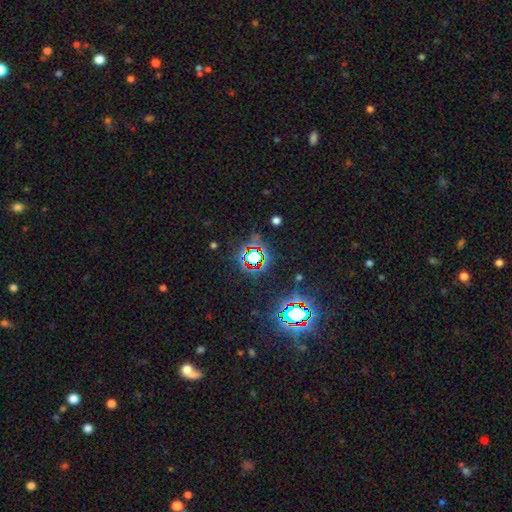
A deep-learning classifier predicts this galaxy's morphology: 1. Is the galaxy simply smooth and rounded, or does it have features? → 81% star or artifact, 11% smooth, 8% featured or disk.